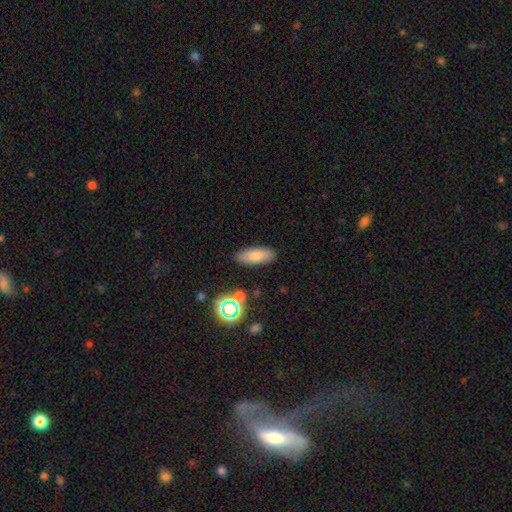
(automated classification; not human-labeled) Overall: smooth (79%). How rounded: in between (75%). Merging: none (84%).